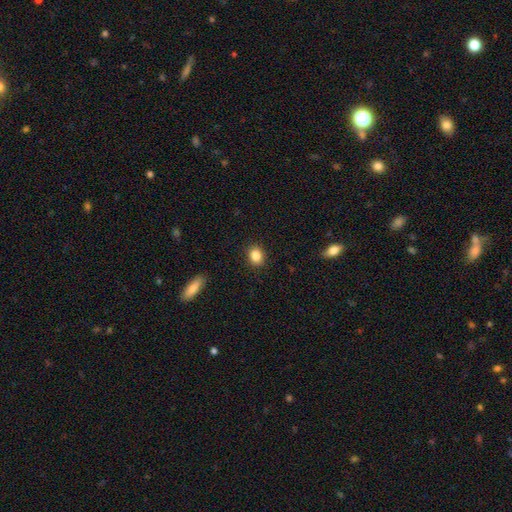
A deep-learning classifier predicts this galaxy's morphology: type=smooth (86%); roundness=round (56%); merging=none (90%).